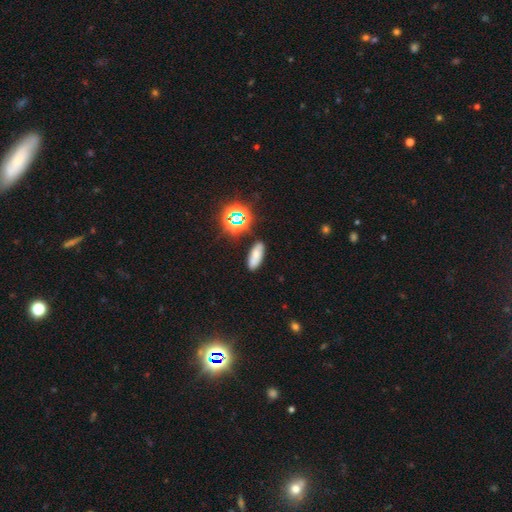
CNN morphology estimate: Overall: smooth (63%). How rounded: in between (72%). Merging: none (81%).